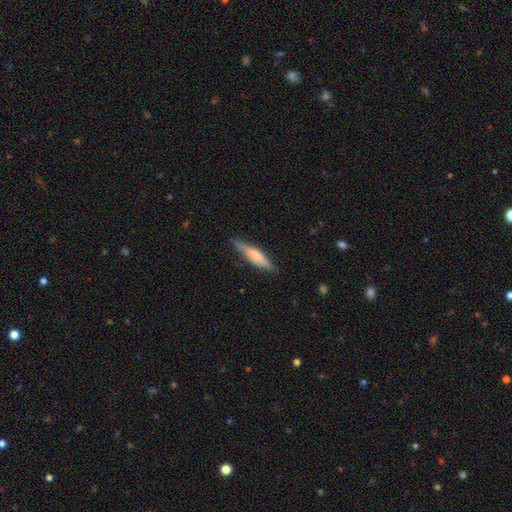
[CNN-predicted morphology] Smooth or featured?
  - smooth: 54% *
  - featured or disk: 40%
  - star or artifact: 6%
How rounded?
  - cigar-shaped: 81% *
  - in between: 18%
  - round: 2%
Merging?
  - none: 81% *
  - minor disturbance: 15%
  - major disturbance: 3%
  - merger: 1%